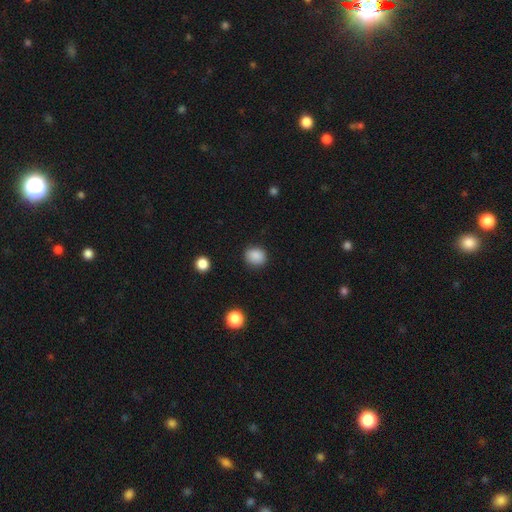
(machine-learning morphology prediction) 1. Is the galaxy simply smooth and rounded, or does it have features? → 87% smooth, 10% star or artifact, 3% featured or disk.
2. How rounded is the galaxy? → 68% round, 31% in between, 1% cigar-shaped.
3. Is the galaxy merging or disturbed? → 86% none, 10% minor disturbance, 3% major disturbance, 1% merger.